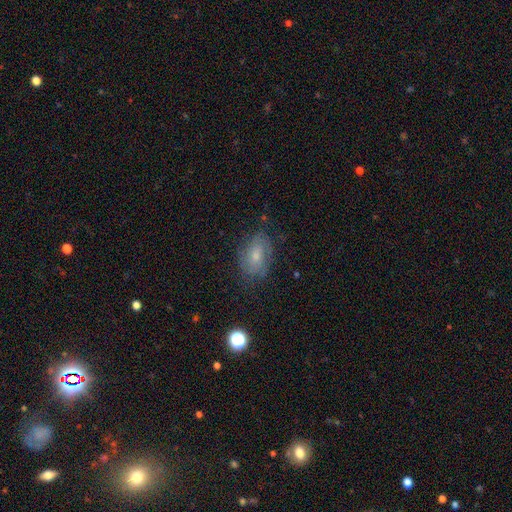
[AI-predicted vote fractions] smooth_or_featured: smooth (p=0.48) [alt: featured or disk p=0.41]
merging: none (p=0.68) [alt: minor disturbance p=0.22]